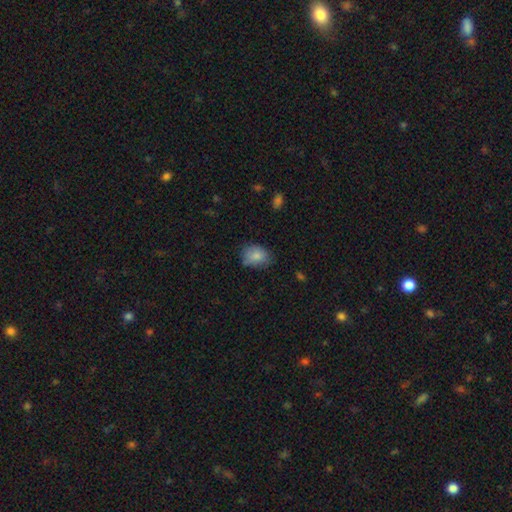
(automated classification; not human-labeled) A smooth galaxy with no disk features (82%) that is in between round and cigar-shaped (66%). Merging: none (64%).